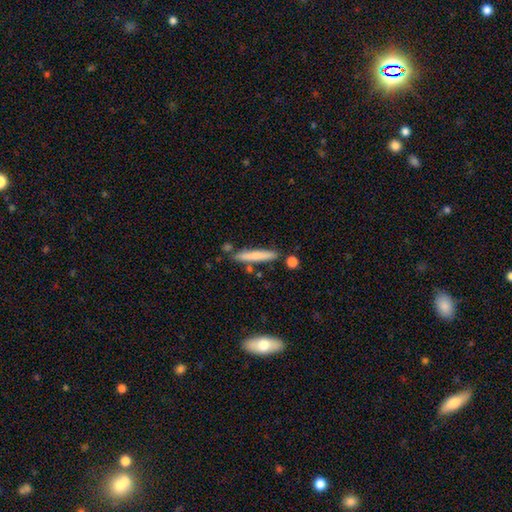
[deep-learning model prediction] smooth_or_featured: smooth (p=0.73) [alt: featured or disk p=0.21]
how_rounded: cigar-shaped (p=0.93) [alt: in between p=0.06]
merging: none (p=0.80) [alt: minor disturbance p=0.11]